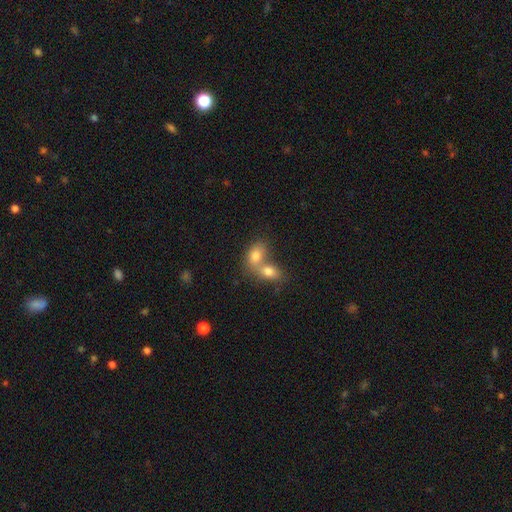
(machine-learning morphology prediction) Q: Smooth or featured?
A: smooth (79%); runner-up: featured or disk (13%)
Q: How rounded?
A: in between (80%); runner-up: round (18%)
Q: Merging?
A: merger (69%); runner-up: none (22%)